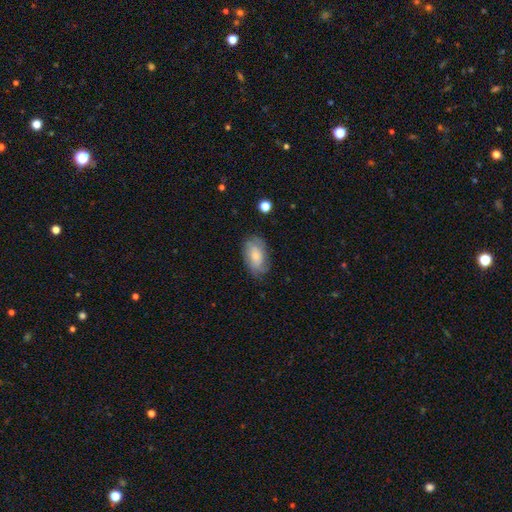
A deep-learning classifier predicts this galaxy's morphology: Smooth or featured: smooth — 53% (featured or disk — 39%)
How rounded: in between — 91% (round — 6%)
Merging: none — 70% (minor disturbance — 22%)